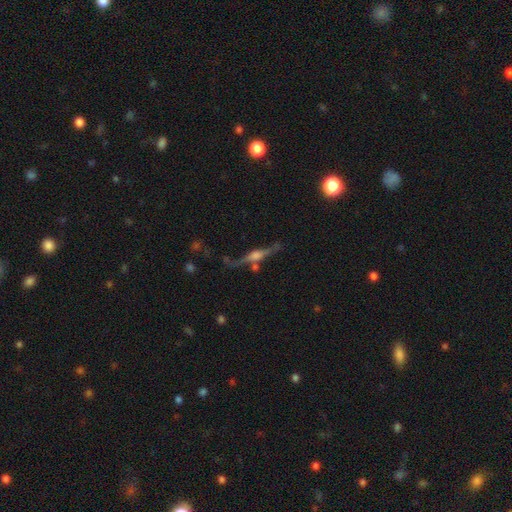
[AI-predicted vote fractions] smooth-or-featured: featured or disk: 73% | star or artifact: 14% | smooth: 13%
  disk-edge-on: yes: 90% | no: 10%
    edge-on-bulge: rounded: 86% | boxy: 8% | none: 6%
  merging: none: 69% | minor disturbance: 16% | major disturbance: 8% | merger: 7%